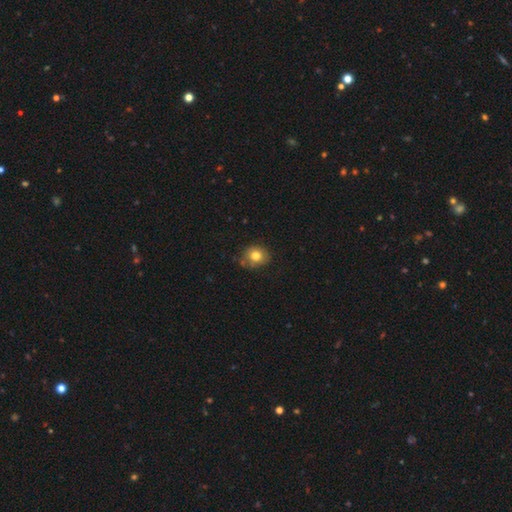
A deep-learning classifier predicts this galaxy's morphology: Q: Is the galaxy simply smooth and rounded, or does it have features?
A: smooth — 79%.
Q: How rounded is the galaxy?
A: round — 79%.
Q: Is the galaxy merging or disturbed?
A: none — 78%.